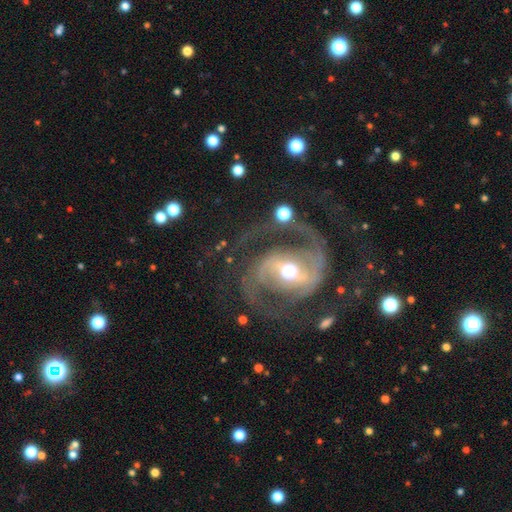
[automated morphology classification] featured or disk 91%, star or artifact 5%, smooth 4%. Down the decision tree: edge-on disk — no (97%); bar — strong (49%); spiral arms — yes (97%); spiral arm count — 2 (80%); spiral winding — medium (55%); bulge size — moderate (56%); merging — none (65%).